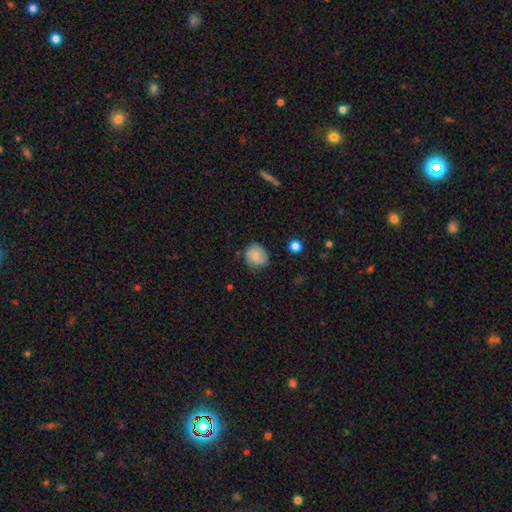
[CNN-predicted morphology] A smooth galaxy with no disk features (65%) that is round (72%).

Vote fractions:
- Smooth or featured? smooth: 65% / featured or disk: 27% / star or artifact: 8%
- How rounded? round: 72% / in between: 27% / cigar-shaped: 1%
- Merging? none: 68% / minor disturbance: 24% / major disturbance: 6% / merger: 2%